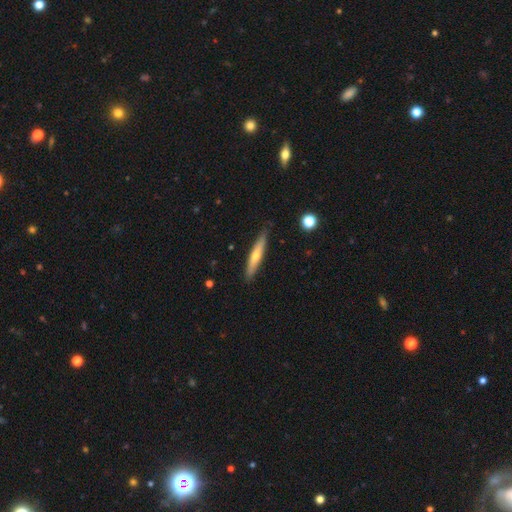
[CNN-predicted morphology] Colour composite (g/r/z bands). It shows a featured or disk galaxy (51%) viewed edge-on (92%). Merging: none (87%).